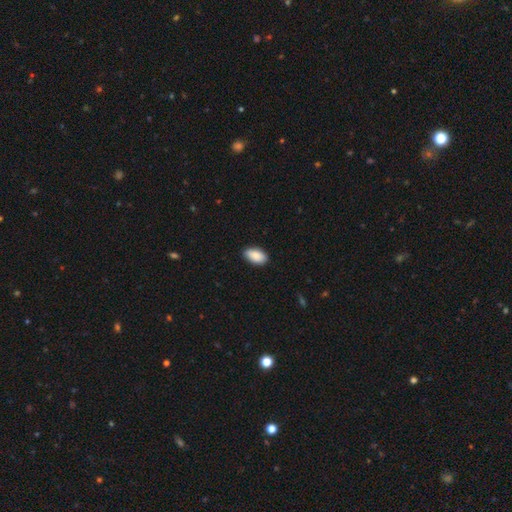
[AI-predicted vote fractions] smooth 89%, star or artifact 6%, featured or disk 4%. Down the decision tree: how rounded — in between (94%); merging — none (87%).